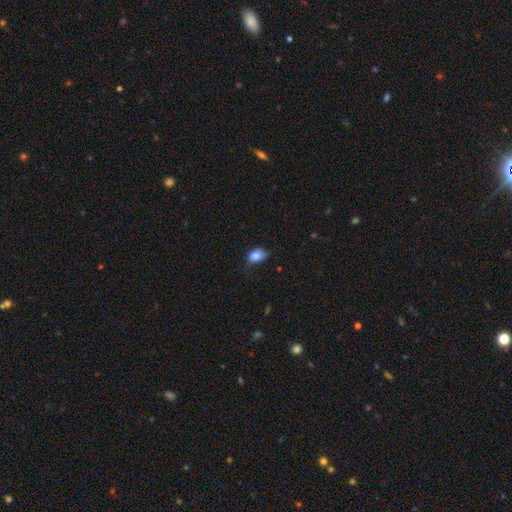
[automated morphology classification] The model was most divided on "merging": none: 50%, minor disturbance: 38%, major disturbance: 11%, merger: 2%. More confident: smooth or featured — smooth (83%); how rounded — in between (80%).